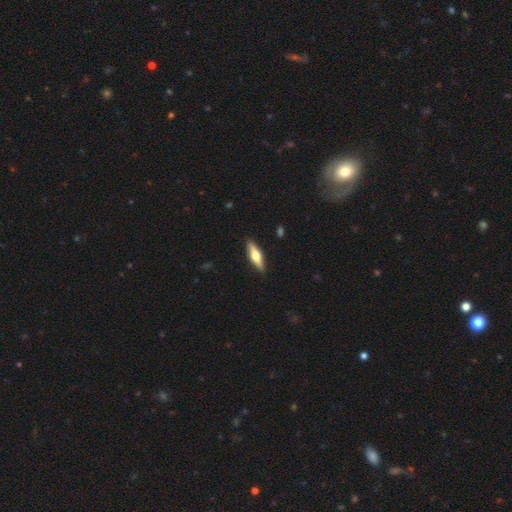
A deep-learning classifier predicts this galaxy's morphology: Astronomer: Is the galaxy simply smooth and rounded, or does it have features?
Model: featured or disk — 48% (runner-up: smooth, 47%).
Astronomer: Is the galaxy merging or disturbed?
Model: none — 90%.